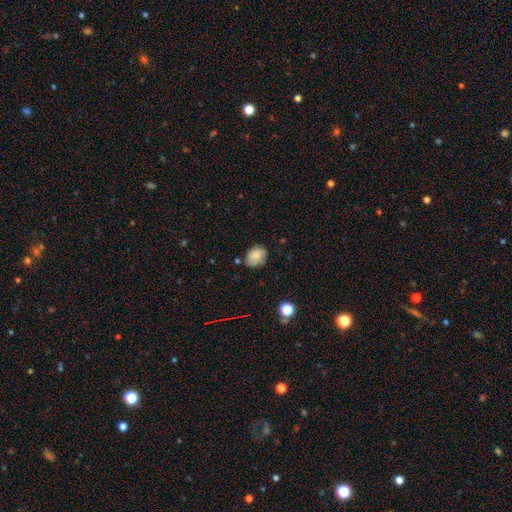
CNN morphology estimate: smooth-or-featured: smooth: 81% | featured or disk: 10% | star or artifact: 9%
  how-rounded: in between: 59% | round: 41% | cigar-shaped: 1%
  merging: none: 73% | minor disturbance: 21% | major disturbance: 4% | merger: 3%